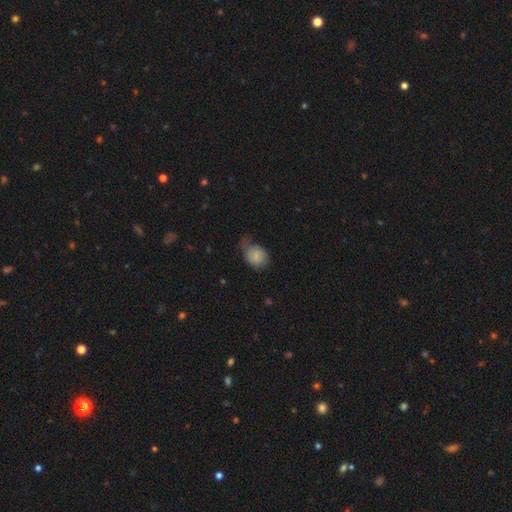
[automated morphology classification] A smooth galaxy with no disk features (78%) that is round (54%).

Vote fractions:
- Smooth or featured? smooth: 78% / featured or disk: 15% / star or artifact: 8%
- How rounded? round: 54% / in between: 45% / cigar-shaped: 1%
- Merging? minor disturbance: 41% / none: 32% / major disturbance: 24% / merger: 3%